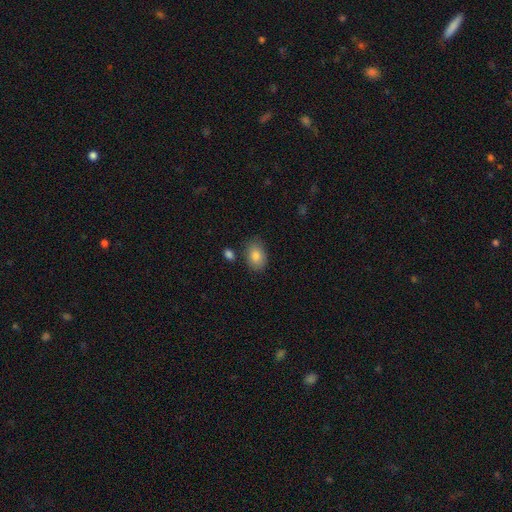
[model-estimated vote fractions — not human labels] The model was most divided on "merging": none: 78%, minor disturbance: 14%, merger: 4%, major disturbance: 3%. More confident: smooth or featured — smooth (85%); how rounded — in between (83%).